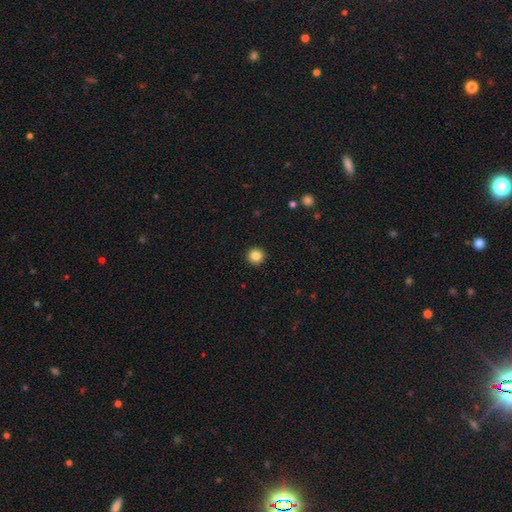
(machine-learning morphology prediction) type=smooth (85%); roundness=round (95%); merging=none (93%).